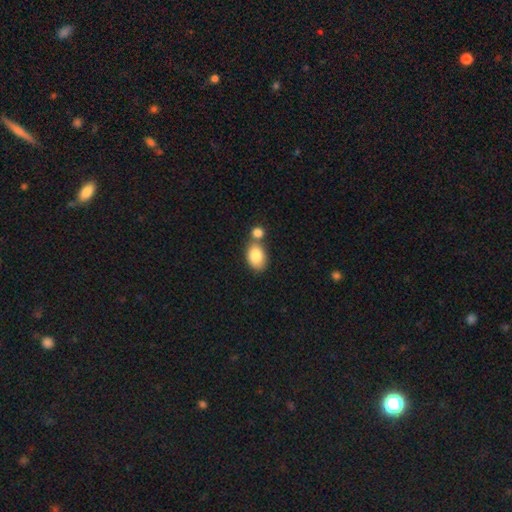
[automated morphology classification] Overall: smooth (84%). How rounded: in between (81%). Merging: none (47%; merger 37%).